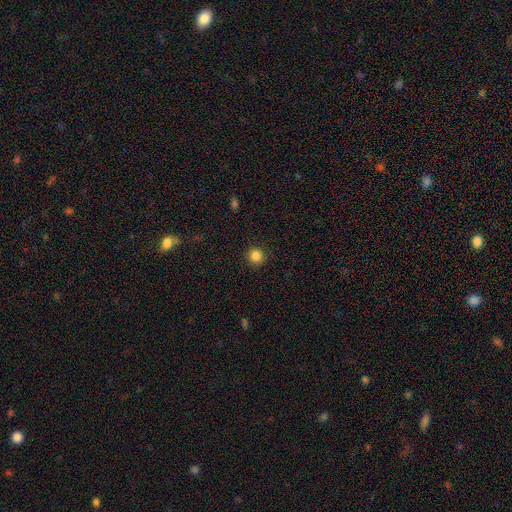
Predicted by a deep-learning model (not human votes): smooth-or-featured: smooth: 85% | star or artifact: 11% | featured or disk: 4%
  how-rounded: round: 93% | in between: 6% | cigar-shaped: 1%
  merging: none: 91% | minor disturbance: 6% | major disturbance: 2% | merger: 1%